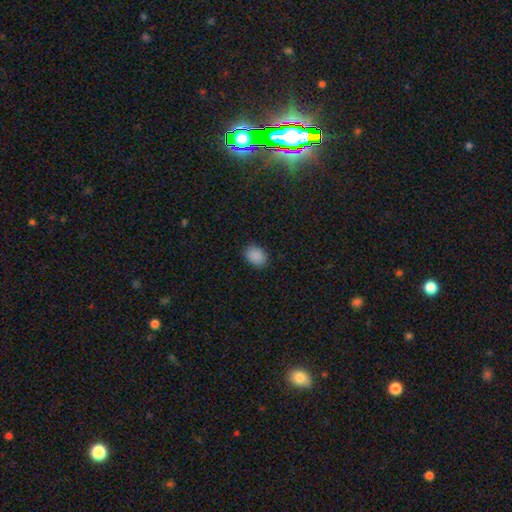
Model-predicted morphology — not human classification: The model was most divided on "how rounded": in between: 74%, round: 25%, cigar-shaped: 1%. More confident: smooth or featured — smooth (89%); merging — none (88%).